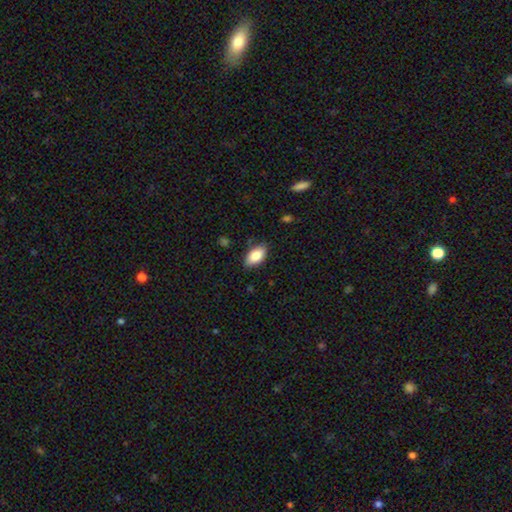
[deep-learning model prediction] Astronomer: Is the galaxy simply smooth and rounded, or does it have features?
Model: smooth — 85%.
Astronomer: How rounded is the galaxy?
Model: in between — 93%.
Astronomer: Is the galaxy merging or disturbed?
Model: none — 83%.